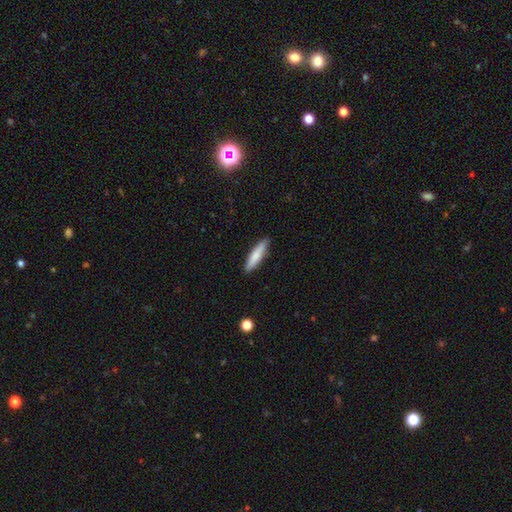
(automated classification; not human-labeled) smooth-or-featured: smooth: 78% | featured or disk: 17% | star or artifact: 6%
  how-rounded: cigar-shaped: 83% | in between: 16% | round: 1%
  merging: none: 87% | minor disturbance: 10% | major disturbance: 2% | merger: 1%